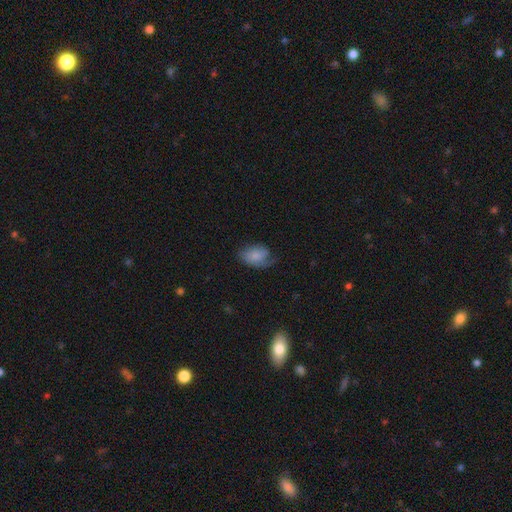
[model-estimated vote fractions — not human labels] Morphology: type=smooth (64%); roundness=in between (86%); merging=none (43%).